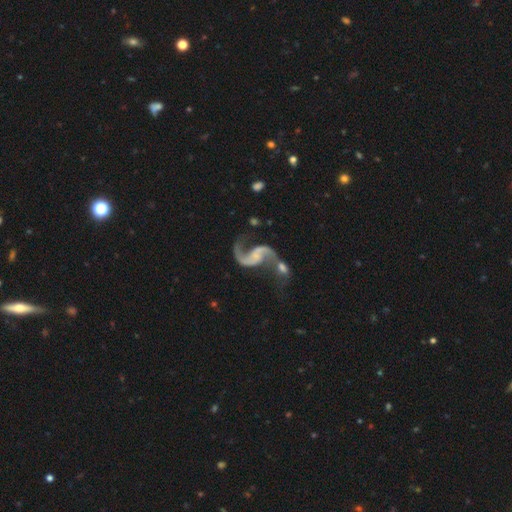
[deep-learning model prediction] A featured or disk galaxy (90%) with no bar (51%), 2 (92%) loose (80%) spiral arms (96%) and no central bulge (46%).

Vote fractions:
- Smooth or featured? featured or disk: 90% / smooth: 5% / star or artifact: 5%
- Edge-on disk? no: 98% / yes: 2%
- Bar? no: 51% / weak: 37% / strong: 13%
- Spiral arms? yes: 96% / no: 4%
- Spiral winding? loose: 80% / medium: 17% / tight: 3%
- Spiral arm count? 2: 92% / 1: 4% / can't tell: 1% / 3: 1% / 4: 1% / more than 4: 1%
- Bulge size? none: 46% / small: 35% / moderate: 14% / large: 3% / dominant: 1%
- Merging? merger: 38% / none: 37% / minor disturbance: 13% / major disturbance: 11%